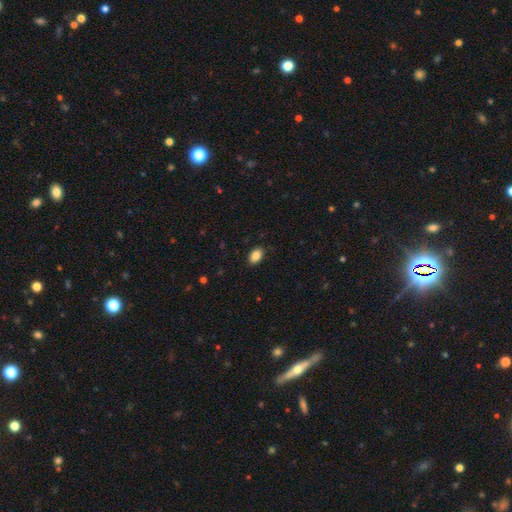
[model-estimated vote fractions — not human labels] smooth-or-featured: smooth: 87% | star or artifact: 8% | featured or disk: 5%
  how-rounded: in between: 85% | round: 14% | cigar-shaped: 1%
  merging: none: 87% | minor disturbance: 10% | major disturbance: 2% | merger: 1%